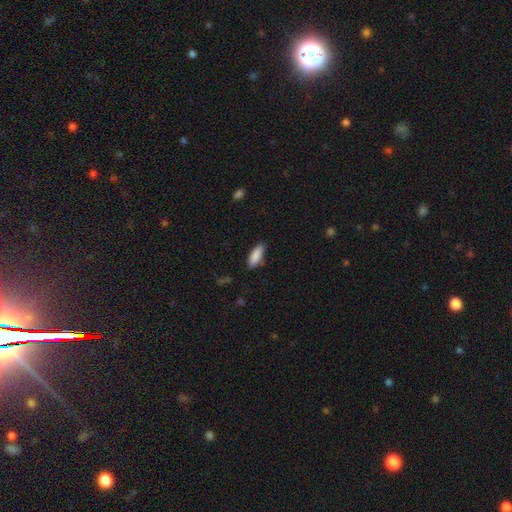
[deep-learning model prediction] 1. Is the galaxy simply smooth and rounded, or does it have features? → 89% smooth, 6% star or artifact, 5% featured or disk.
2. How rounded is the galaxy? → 73% in between, 26% cigar-shaped, 2% round.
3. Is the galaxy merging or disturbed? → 82% none, 14% minor disturbance, 3% major disturbance, 2% merger.